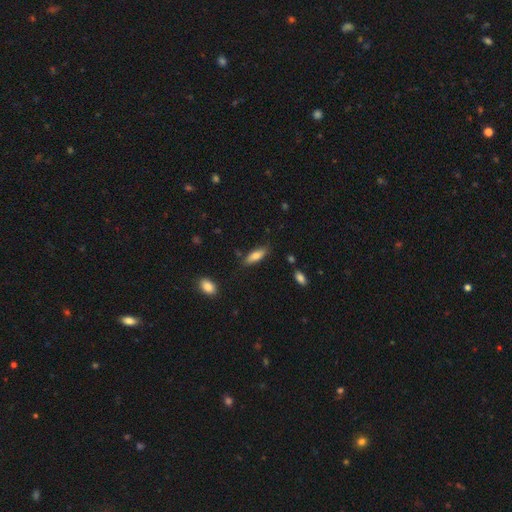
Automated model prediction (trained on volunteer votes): Smooth or featured? Predicted: smooth (p=0.77). How rounded? Predicted: in between (p=0.56). Merging? Predicted: none (p=0.80).